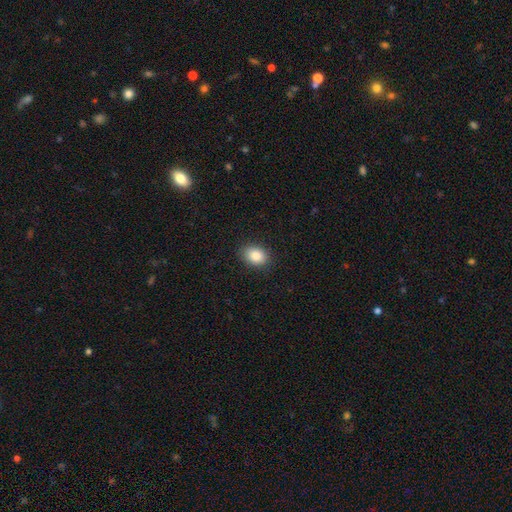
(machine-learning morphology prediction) Smooth or featured: smooth — 87% (star or artifact — 8%)
How rounded: in between — 71% (round — 28%)
Merging: none — 89% (minor disturbance — 8%)